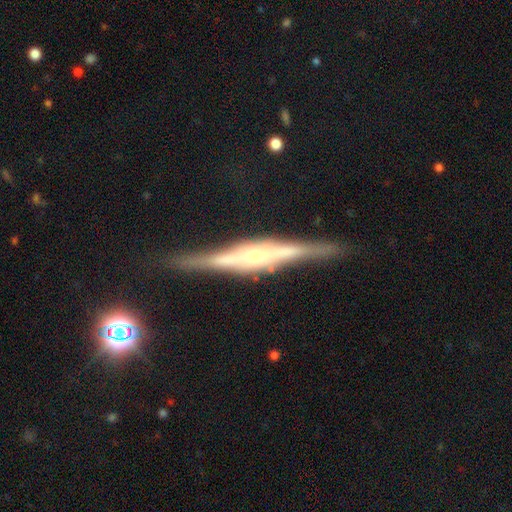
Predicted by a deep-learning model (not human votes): Smooth or featured: featured or disk — 83% (smooth — 10%)
Edge-on disk: yes — 97% (no — 3%)
Edge-on bulge: boxy — 51% (rounded — 42%)
Merging: none — 83% (minor disturbance — 12%)